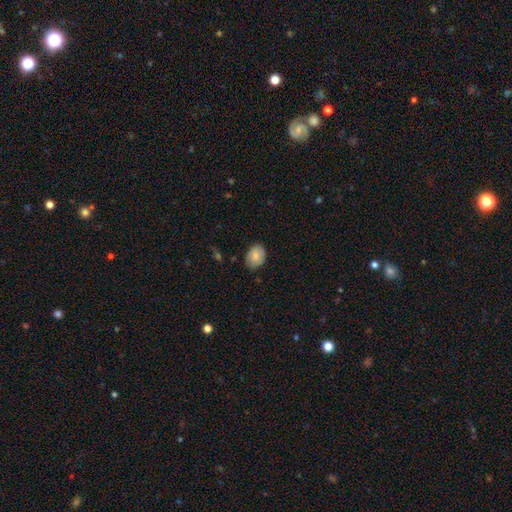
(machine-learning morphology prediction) smooth-or-featured: smooth: 82% | featured or disk: 11% | star or artifact: 7%
  how-rounded: in between: 65% | round: 34% | cigar-shaped: 1%
  merging: none: 76% | minor disturbance: 20% | major disturbance: 3% | merger: 1%